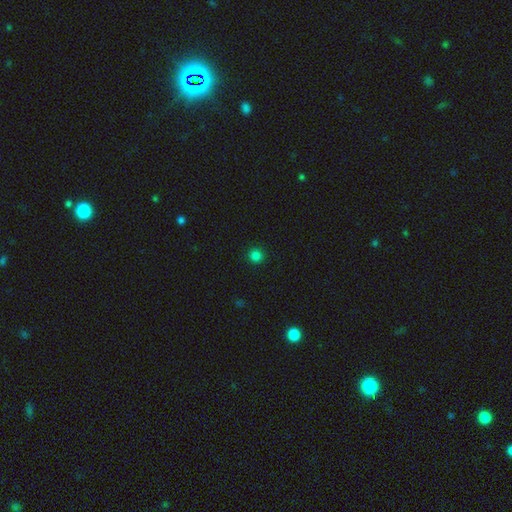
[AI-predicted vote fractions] Smooth or featured: smooth — 82% (star or artifact — 15%)
How rounded: round — 95% (in between — 4%)
Merging: none — 93% (minor disturbance — 5%)